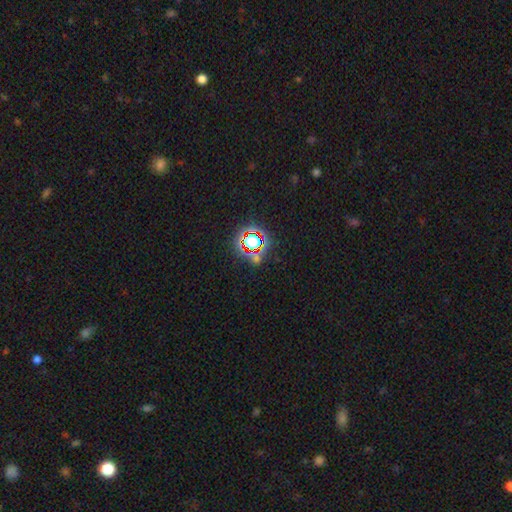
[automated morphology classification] Overall: star or artifact (75%).